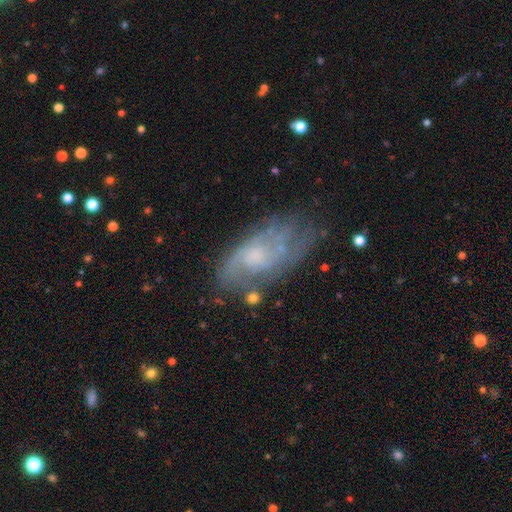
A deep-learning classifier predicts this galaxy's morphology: Overall: featured or disk (69%). Edge-on disk: no (93%). Bar: no (72%). Spiral arms: yes (77%). Bulge size: small (36%; moderate 34%). Merging: none (57%; minor disturbance 24%).